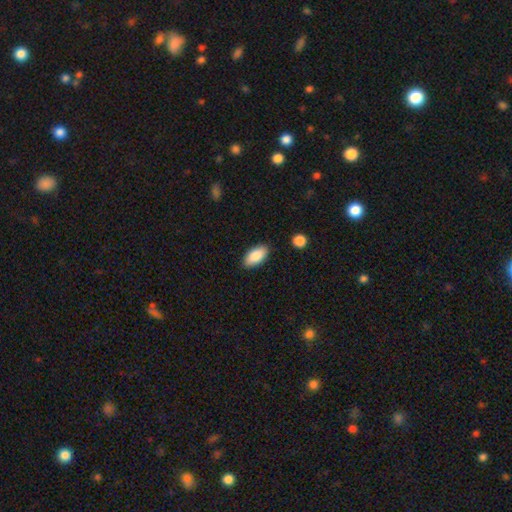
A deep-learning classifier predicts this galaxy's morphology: A smooth galaxy with no disk features (85%) that is in between round and cigar-shaped (92%). Merging: none (86%).